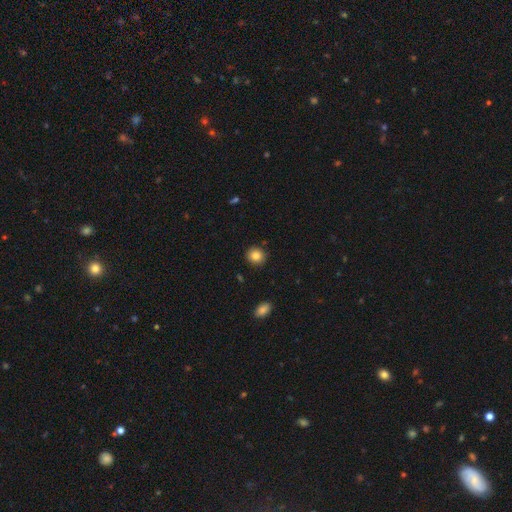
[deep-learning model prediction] smooth-or-featured: smooth: 85% | star or artifact: 9% | featured or disk: 6%
  how-rounded: round: 86% | in between: 13% | cigar-shaped: 1%
  merging: none: 90% | minor disturbance: 6% | major disturbance: 2% | merger: 2%